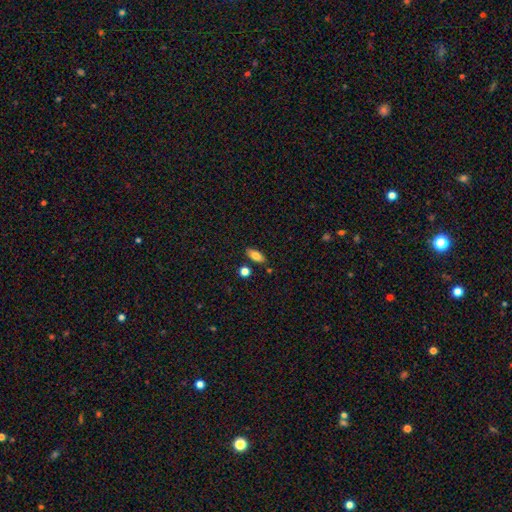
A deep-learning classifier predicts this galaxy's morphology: type=smooth (79%); roundness=in between (81%); merging=none (82%).